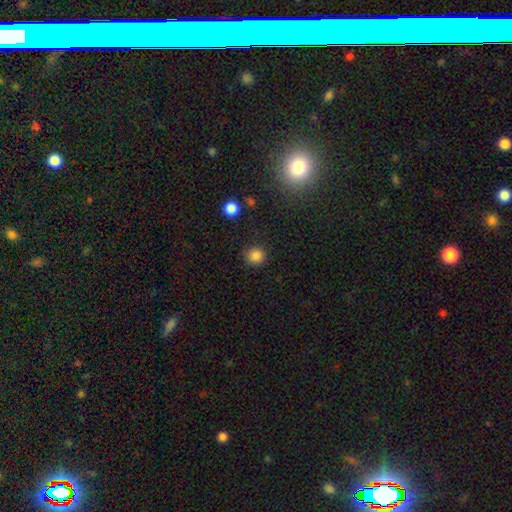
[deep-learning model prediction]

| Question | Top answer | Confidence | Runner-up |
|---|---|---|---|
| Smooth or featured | smooth | 85% | star or artifact (12%) |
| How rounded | round | 92% | in between (7%) |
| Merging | none | 84% | minor disturbance (11%) |